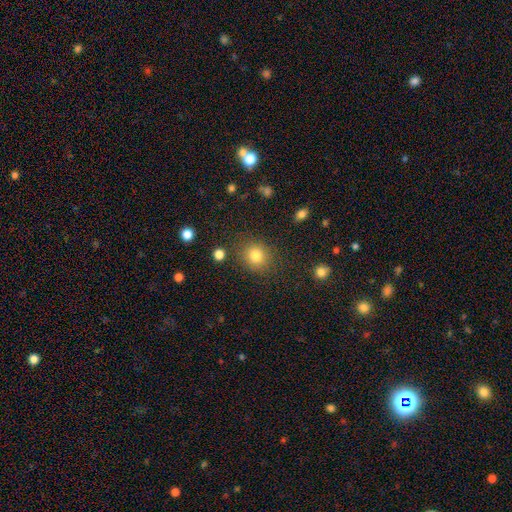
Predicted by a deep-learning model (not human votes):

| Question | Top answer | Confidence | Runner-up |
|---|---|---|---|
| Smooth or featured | smooth | 81% | star or artifact (12%) |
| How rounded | round | 82% | in between (17%) |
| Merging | none | 85% | minor disturbance (9%) |